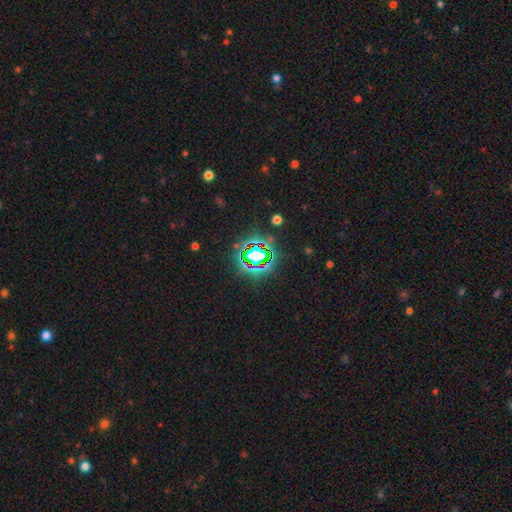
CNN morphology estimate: Smooth or featured?
  - star or artifact: 74% *
  - smooth: 15%
  - featured or disk: 11%